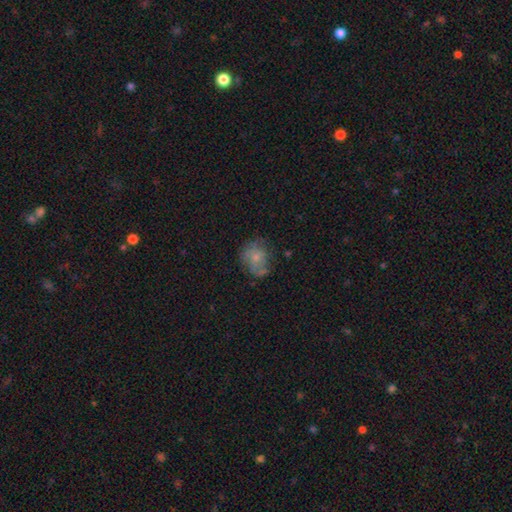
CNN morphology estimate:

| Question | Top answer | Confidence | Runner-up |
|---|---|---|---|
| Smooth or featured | smooth | 54% | featured or disk (37%) |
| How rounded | round | 60% | in between (39%) |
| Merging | none | 51% | minor disturbance (27%) |